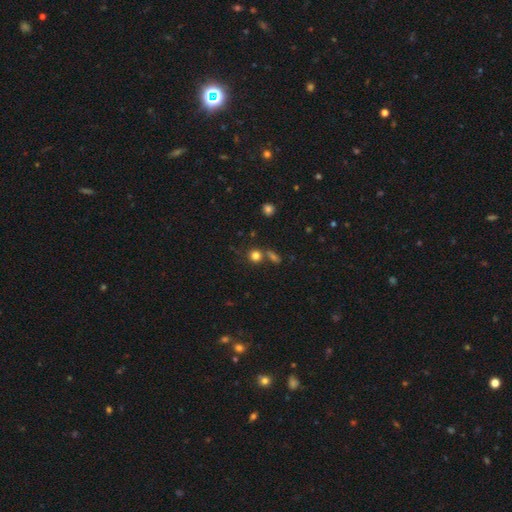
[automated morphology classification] Smooth or featured? Predicted: smooth (p=0.78). How rounded? Predicted: round (p=0.87). Merging? Predicted: none (p=0.64).